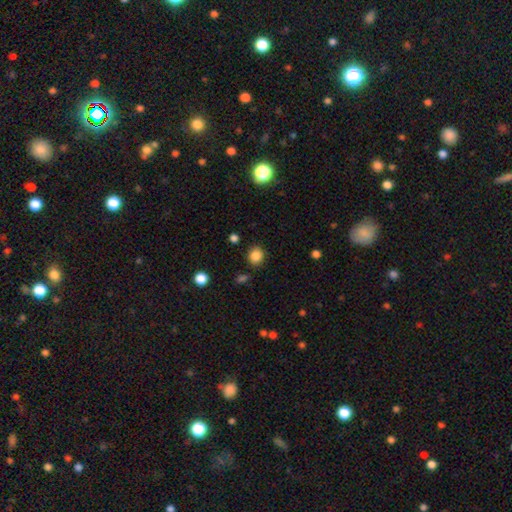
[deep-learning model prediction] This is clearly a smooth galaxy (85%). How rounded: likely round (78%). Merging: clearly none (86%).